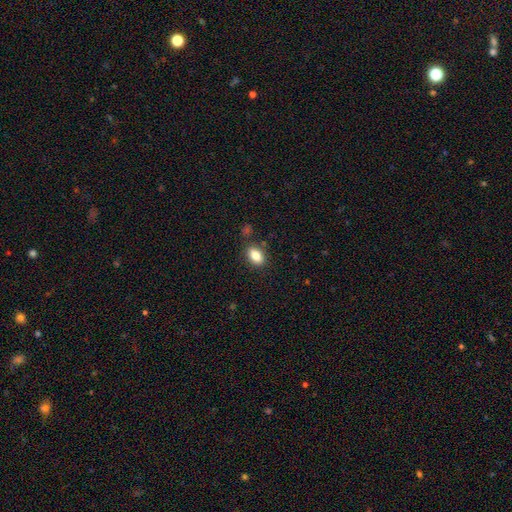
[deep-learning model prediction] smooth_or_featured: smooth (p=0.84) [alt: star or artifact p=0.08]
how_rounded: in between (p=0.87) [alt: round p=0.10]
merging: none (p=0.83) [alt: minor disturbance p=0.11]